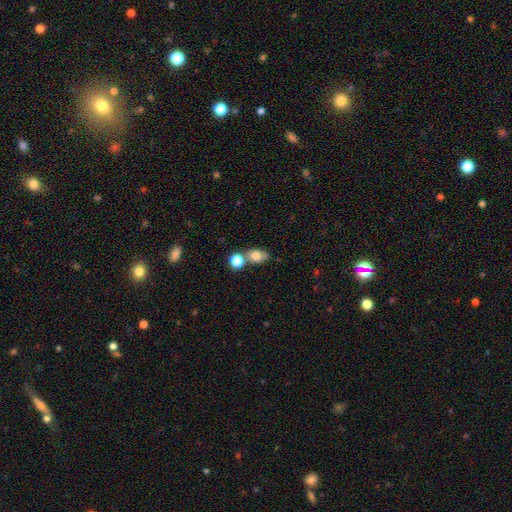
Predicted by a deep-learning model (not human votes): smooth-or-featured: smooth: 74% | featured or disk: 16% | star or artifact: 10%
  how-rounded: in between: 72% | round: 26% | cigar-shaped: 2%
  merging: none: 50% | merger: 31% | minor disturbance: 14% | major disturbance: 5%